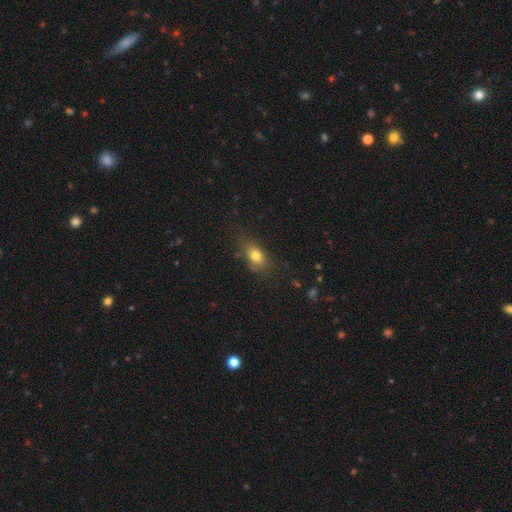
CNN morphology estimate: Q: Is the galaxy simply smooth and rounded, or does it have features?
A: smooth — 78%.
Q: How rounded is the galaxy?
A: in between — 76%.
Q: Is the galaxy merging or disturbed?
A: none — 69%.